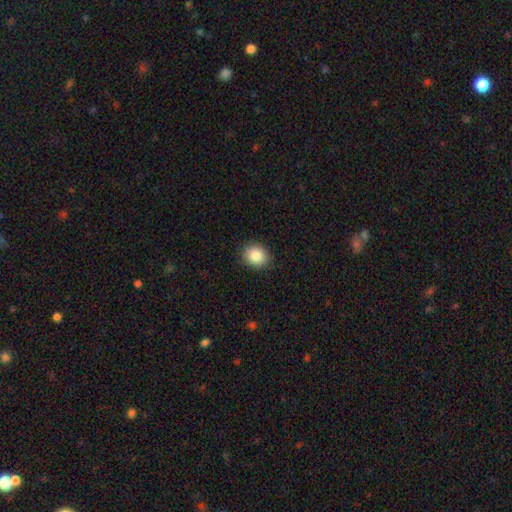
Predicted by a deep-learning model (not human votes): Smooth or featured? smooth (86%)
How rounded? round (64%)
Merging? none (89%)